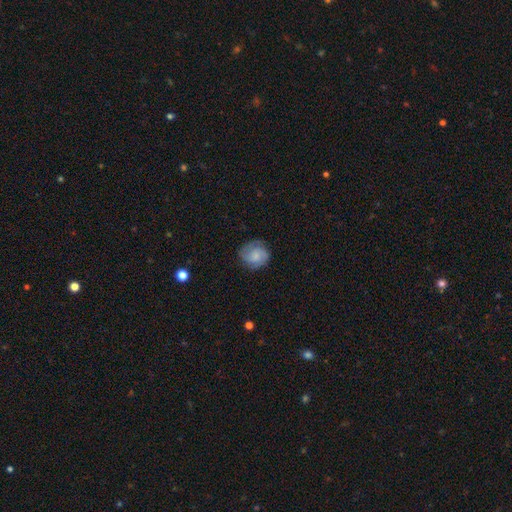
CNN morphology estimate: Smooth or featured? Predicted: featured or disk (p=0.50). Edge-on disk? Predicted: no (p=0.98). Merging? Predicted: none (p=0.74).